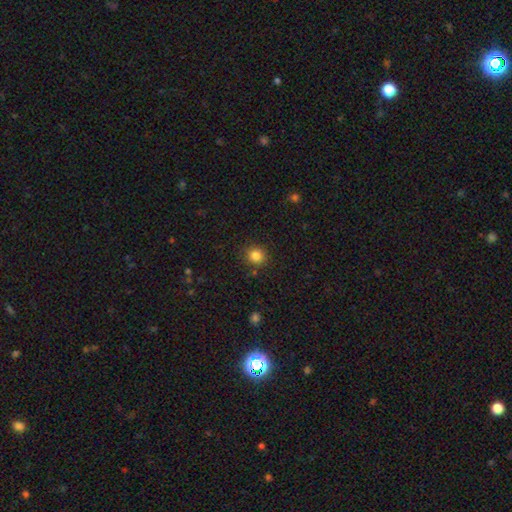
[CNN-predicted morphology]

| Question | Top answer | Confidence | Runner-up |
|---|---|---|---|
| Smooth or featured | smooth | 84% | star or artifact (12%) |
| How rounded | round | 89% | in between (10%) |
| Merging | none | 88% | minor disturbance (8%) |